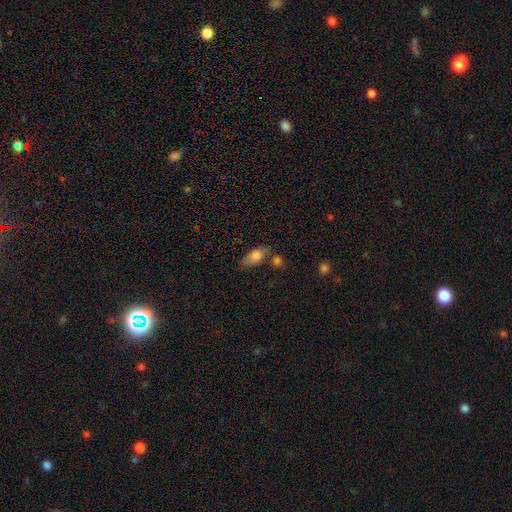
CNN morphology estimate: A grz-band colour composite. It shows a smooth galaxy with no disk features (77%) that is in between round and cigar-shaped (83%). Merging: none (53%).